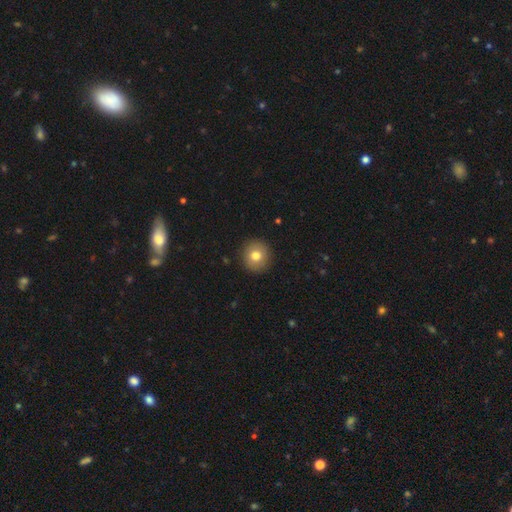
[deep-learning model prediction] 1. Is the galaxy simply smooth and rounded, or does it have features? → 78% smooth, 13% featured or disk, 9% star or artifact.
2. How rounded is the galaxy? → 92% round, 7% in between, 1% cigar-shaped.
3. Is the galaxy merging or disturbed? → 91% none, 6% minor disturbance, 2% major disturbance, 1% merger.